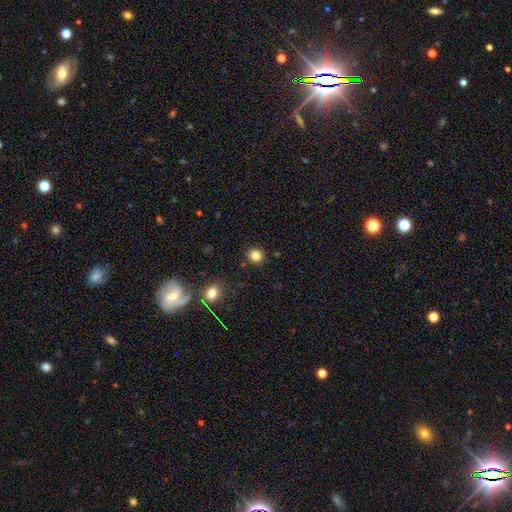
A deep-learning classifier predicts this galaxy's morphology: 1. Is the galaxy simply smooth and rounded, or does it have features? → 83% smooth, 12% star or artifact, 5% featured or disk.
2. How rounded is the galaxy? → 86% round, 13% in between, 1% cigar-shaped.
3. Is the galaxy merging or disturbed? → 90% none, 6% minor disturbance, 2% major disturbance, 2% merger.